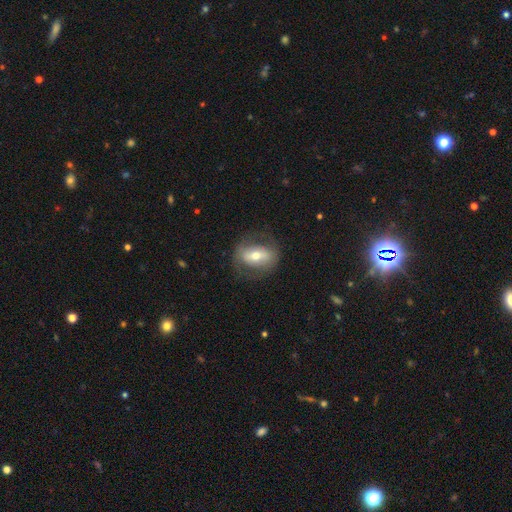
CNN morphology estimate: Q: Smooth or featured?
A: featured or disk (48%); runner-up: smooth (45%)
Q: Merging?
A: none (73%); runner-up: minor disturbance (16%)